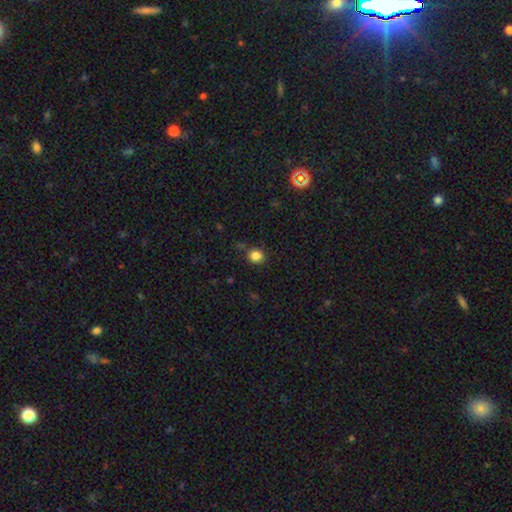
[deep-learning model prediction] Smooth or featured?
  - smooth: 83% *
  - star or artifact: 13%
  - featured or disk: 4%
How rounded?
  - round: 84% *
  - in between: 15%
  - cigar-shaped: 1%
Merging?
  - none: 82% *
  - minor disturbance: 11%
  - merger: 3%
  - major disturbance: 3%